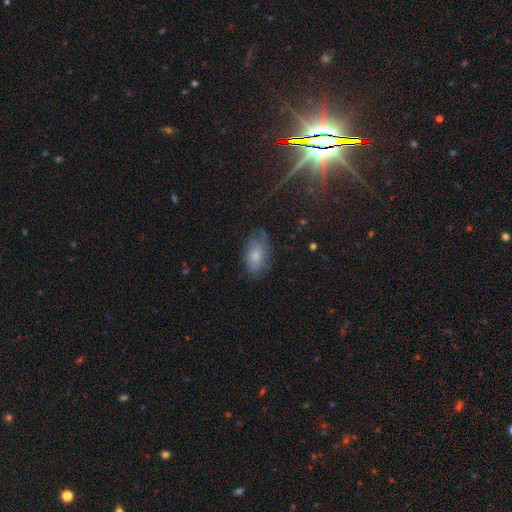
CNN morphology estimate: type=smooth (65%); roundness=in between (90%); merging=none (69%).